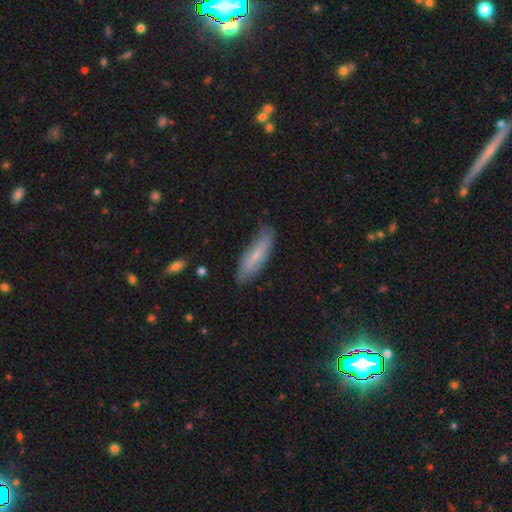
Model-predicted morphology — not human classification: Smooth or featured?
  - smooth: 61% *
  - featured or disk: 32%
  - star or artifact: 7%
How rounded?
  - cigar-shaped: 52% *
  - in between: 46%
  - round: 2%
Merging?
  - none: 76% *
  - minor disturbance: 19%
  - major disturbance: 4%
  - merger: 2%